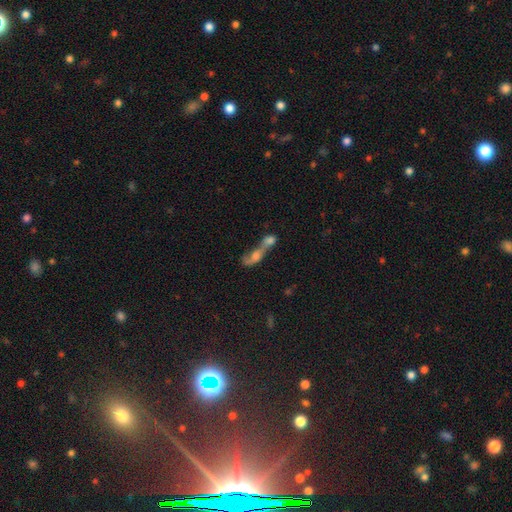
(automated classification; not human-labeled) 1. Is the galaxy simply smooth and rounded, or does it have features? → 47% smooth, 40% featured or disk, 14% star or artifact.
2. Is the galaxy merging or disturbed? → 77% merger, 10% none, 8% major disturbance, 5% minor disturbance.